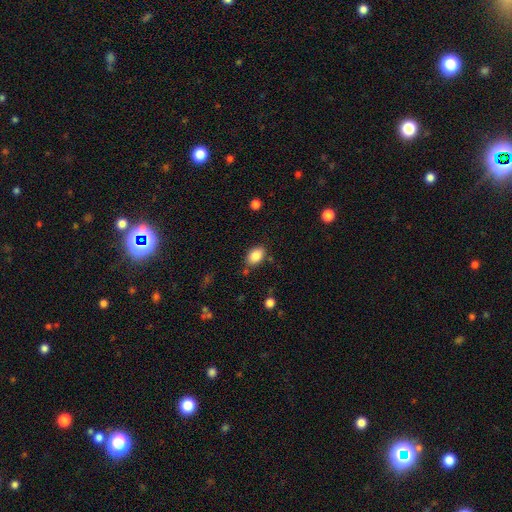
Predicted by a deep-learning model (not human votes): smooth-or-featured: smooth: 86% | star or artifact: 8% | featured or disk: 6%
  how-rounded: in between: 86% | round: 13% | cigar-shaped: 1%
  merging: none: 81% | minor disturbance: 13% | major disturbance: 3% | merger: 3%